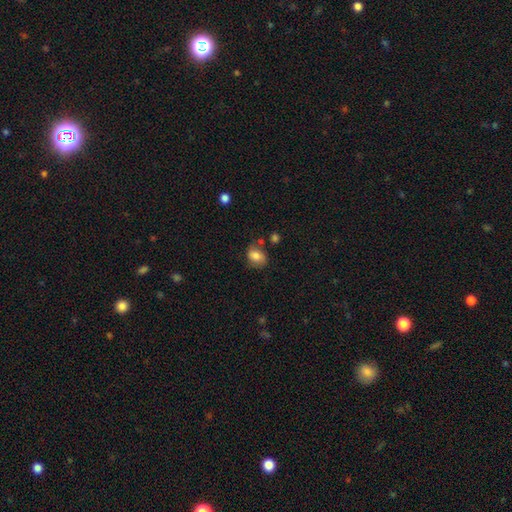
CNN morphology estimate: type=smooth (77%); roundness=in between (61%); merging=none (63%).